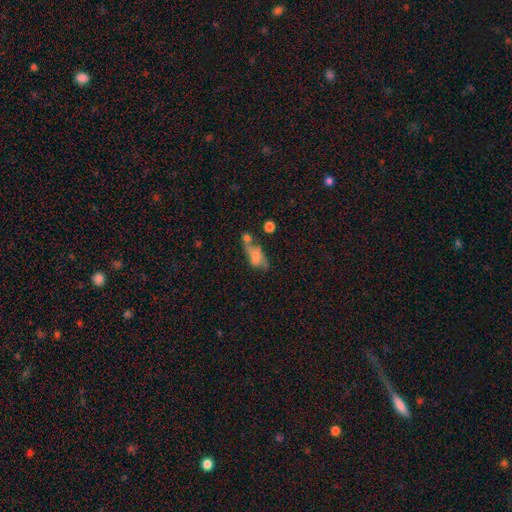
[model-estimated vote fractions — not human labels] Overall: smooth (59%; featured or disk 30%). How rounded: in between (80%). Merging: merger (35%; none 27%).